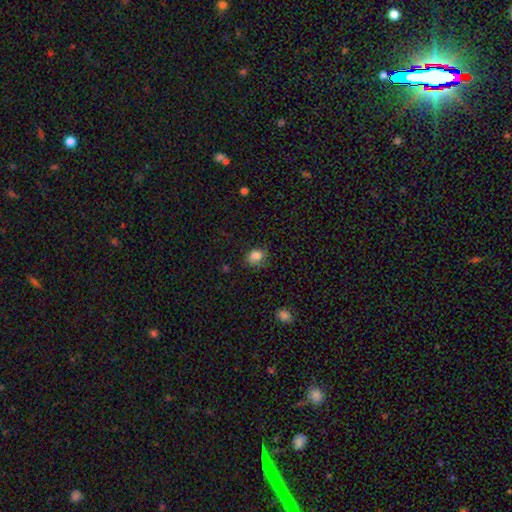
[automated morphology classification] Smooth or featured? smooth (82%)
How rounded? round (51%)
Merging? none (68%)